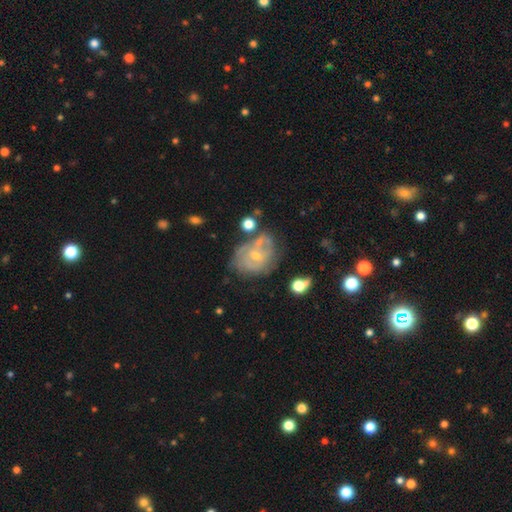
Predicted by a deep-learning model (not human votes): smooth_or_featured: featured or disk (p=0.69) [alt: smooth p=0.21]
disk_edge_on: no (p=0.97) [alt: yes p=0.03]
bar: no (p=0.68) [alt: weak p=0.26]
has_spiral_arms: yes (p=0.70) [alt: no p=0.30]
bulge_size: small (p=0.62) [alt: moderate p=0.34]
merging: none (p=0.52) [alt: minor disturbance p=0.25]